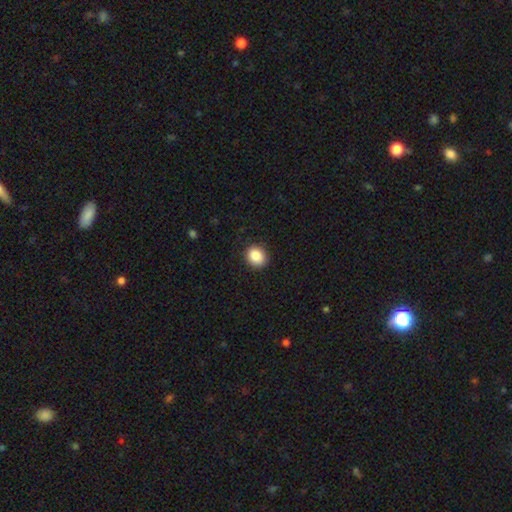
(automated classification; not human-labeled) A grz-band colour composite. It shows a smooth galaxy with no disk features (88%) that is round (68%). Merging: none (89%).